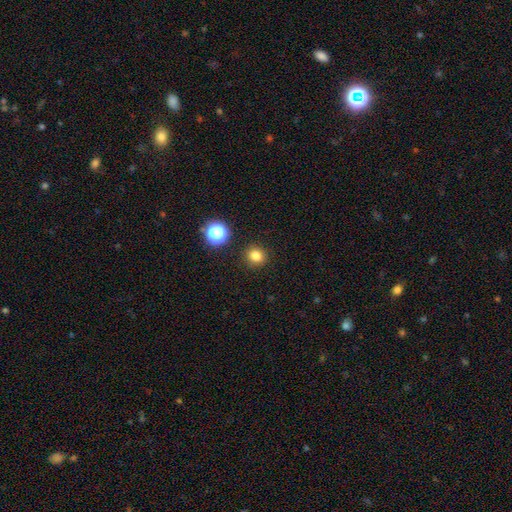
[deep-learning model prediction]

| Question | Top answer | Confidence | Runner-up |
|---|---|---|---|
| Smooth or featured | smooth | 81% | star or artifact (14%) |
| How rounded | round | 87% | in between (12%) |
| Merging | none | 91% | minor disturbance (6%) |